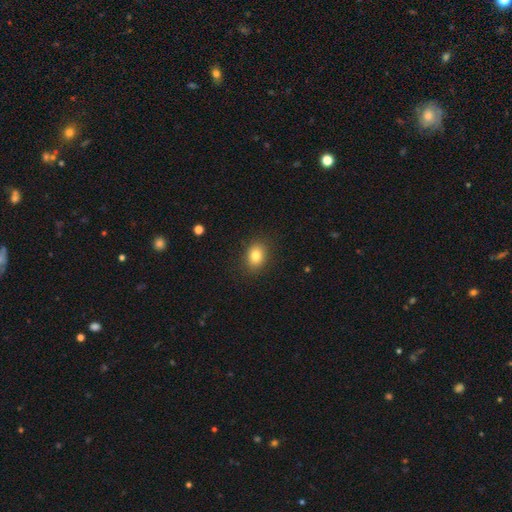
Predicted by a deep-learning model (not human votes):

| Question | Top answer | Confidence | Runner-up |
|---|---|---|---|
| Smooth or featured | smooth | 81% | star or artifact (10%) |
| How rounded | in between | 57% | round (42%) |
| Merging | none | 88% | minor disturbance (9%) |